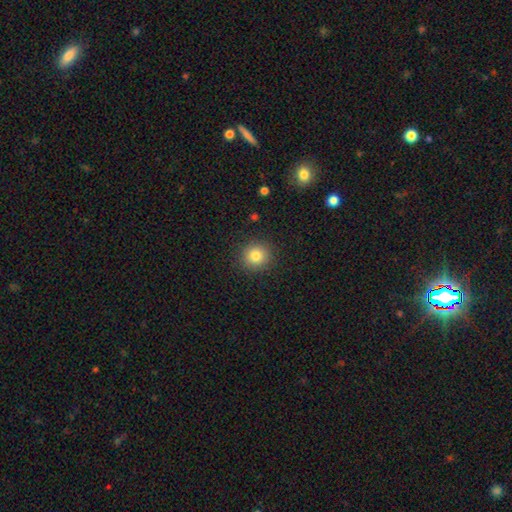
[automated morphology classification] Smooth or featured? Predicted: smooth (p=0.81). How rounded? Predicted: round (p=0.92). Merging? Predicted: none (p=0.90).